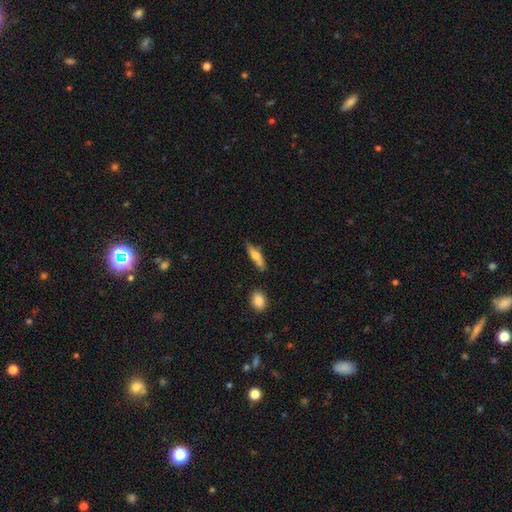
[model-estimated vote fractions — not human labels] A smooth galaxy with no disk features (59%) that is cigar-shaped (60%).

Vote fractions:
- Smooth or featured? smooth: 59% / featured or disk: 34% / star or artifact: 7%
- How rounded? cigar-shaped: 60% / in between: 38% / round: 3%
- Merging? none: 70% / minor disturbance: 19% / merger: 7% / major disturbance: 4%